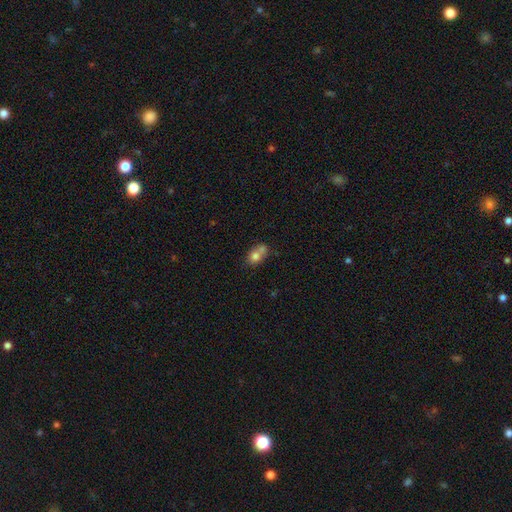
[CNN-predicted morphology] This appears to be a smooth galaxy with no disk features (72%) that is in between round and cigar-shaped (59%). Merging: merger (49%).